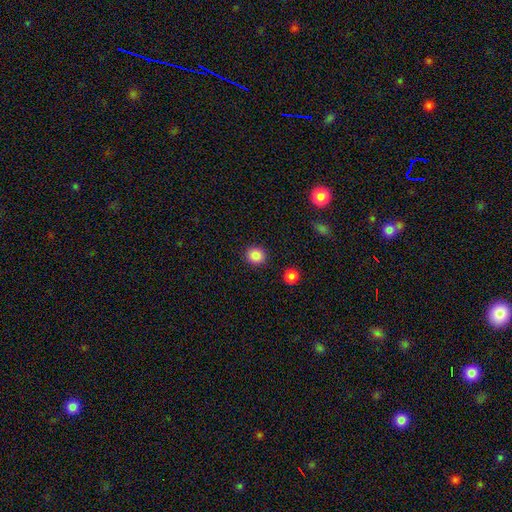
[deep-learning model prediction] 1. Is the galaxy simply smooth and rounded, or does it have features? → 87% smooth, 10% star or artifact, 3% featured or disk.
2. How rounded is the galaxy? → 87% round, 12% in between, 1% cigar-shaped.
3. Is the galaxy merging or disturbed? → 90% none, 6% minor disturbance, 2% major disturbance, 2% merger.